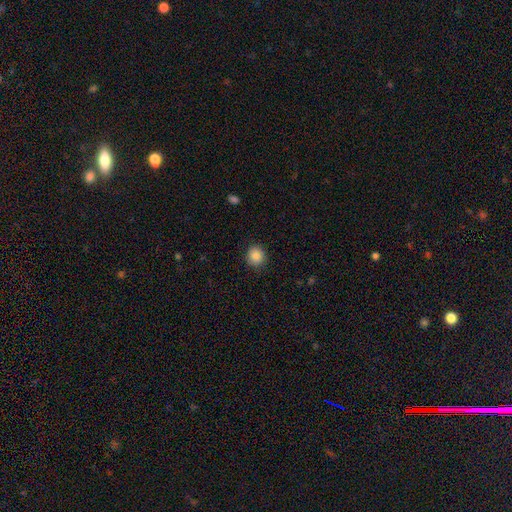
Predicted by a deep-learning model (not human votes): smooth 87%, star or artifact 9%, featured or disk 4%. Down the decision tree: how rounded — round (86%); merging — none (89%).